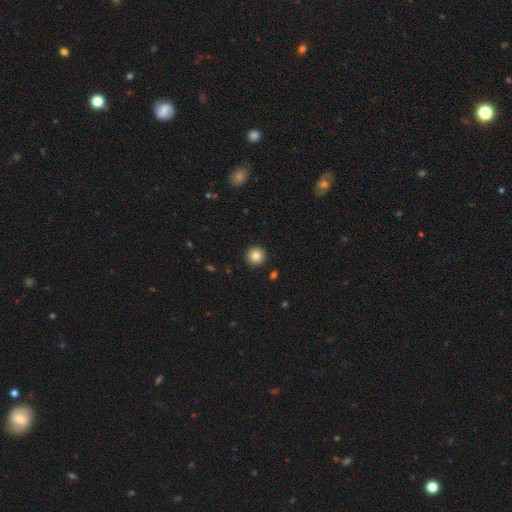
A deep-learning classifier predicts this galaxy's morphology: Smooth or featured? smooth (83%)
How rounded? round (96%)
Merging? none (93%)